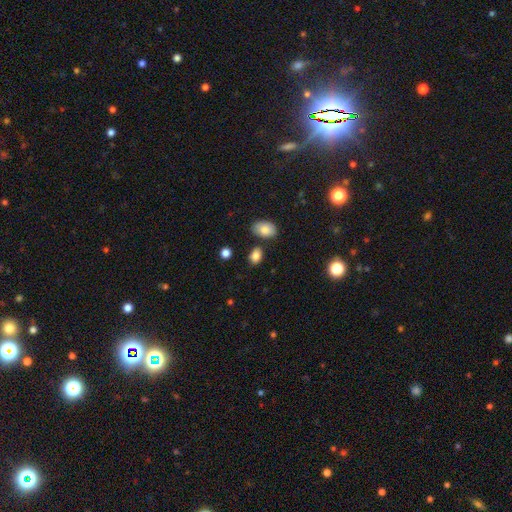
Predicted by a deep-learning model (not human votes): Overall: smooth (84%). How rounded: in between (70%). Merging: none (75%).